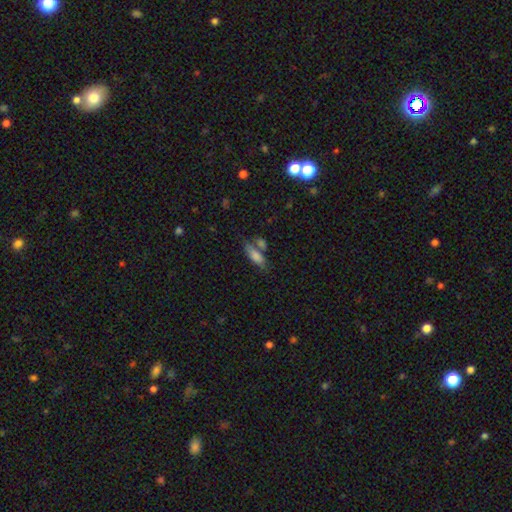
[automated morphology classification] Q: Smooth or featured?
A: smooth (78%); runner-up: featured or disk (14%)
Q: How rounded?
A: in between (67%); runner-up: cigar-shaped (30%)
Q: Merging?
A: none (51%); runner-up: merger (27%)